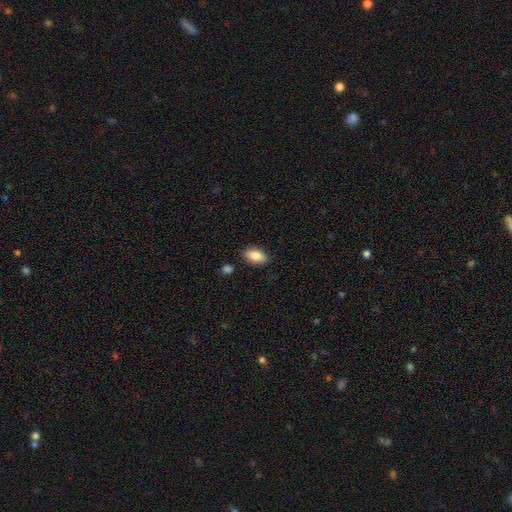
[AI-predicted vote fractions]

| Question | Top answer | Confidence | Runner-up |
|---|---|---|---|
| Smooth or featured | smooth | 83% | featured or disk (9%) |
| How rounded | in between | 91% | round (5%) |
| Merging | none | 86% | minor disturbance (10%) |